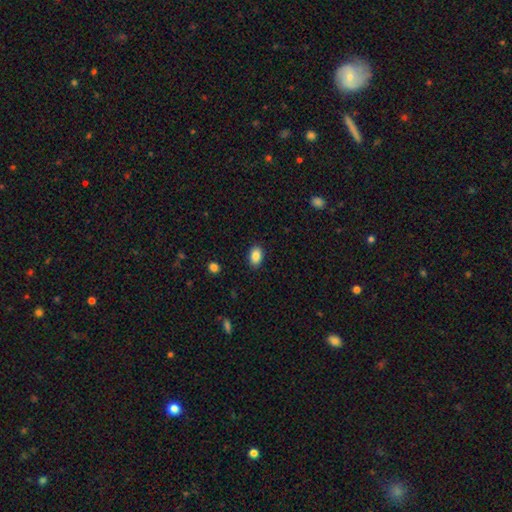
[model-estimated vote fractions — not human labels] This is clearly a smooth galaxy (87%). How rounded: clearly in between (87%). Merging: clearly none (87%).